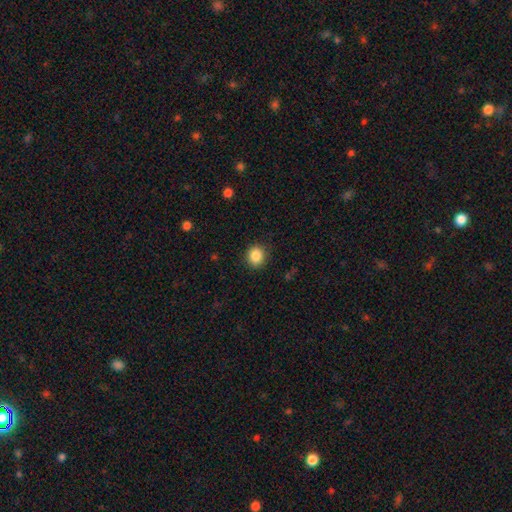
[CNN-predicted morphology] Overall: smooth (87%). How rounded: round (81%). Merging: none (89%).